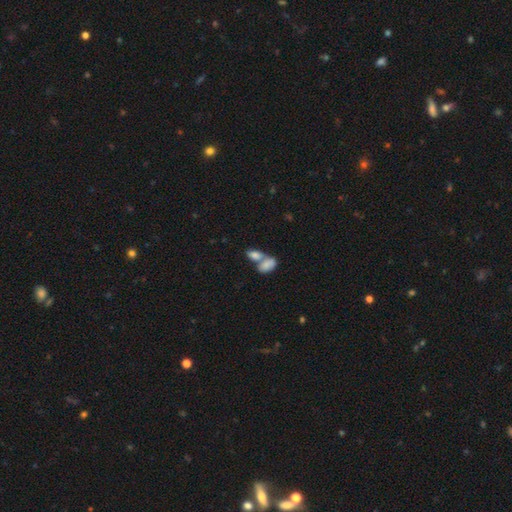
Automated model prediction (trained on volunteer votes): smooth 79%, featured or disk 13%, star or artifact 8%. Down the decision tree: how rounded — in between (90%); merging — merger (69%).